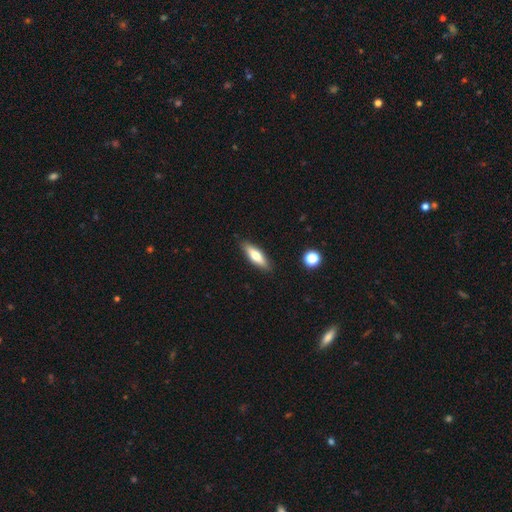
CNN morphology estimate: smooth-or-featured: smooth: 65% | featured or disk: 29% | star or artifact: 6%
  how-rounded: cigar-shaped: 55% | in between: 43% | round: 2%
  merging: none: 88% | minor disturbance: 9% | major disturbance: 2% | merger: 1%